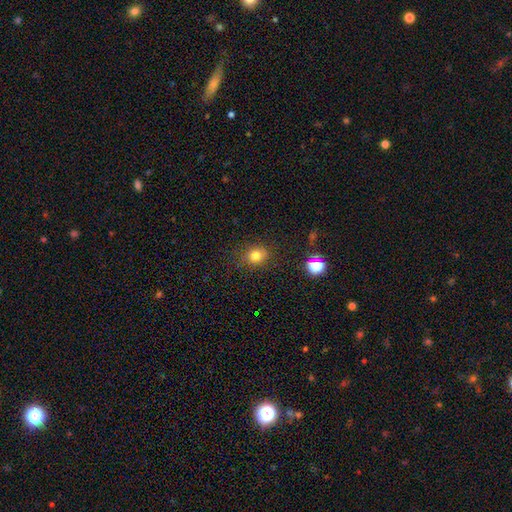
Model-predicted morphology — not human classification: A smooth galaxy with no disk features (78%) that is round (71%).

Vote fractions:
- Smooth or featured? smooth: 78% / star or artifact: 15% / featured or disk: 7%
- How rounded? round: 71% / in between: 28% / cigar-shaped: 1%
- Merging? none: 82% / minor disturbance: 12% / major disturbance: 4% / merger: 2%